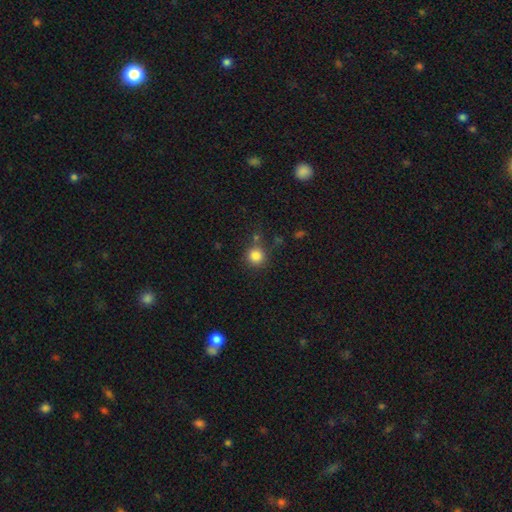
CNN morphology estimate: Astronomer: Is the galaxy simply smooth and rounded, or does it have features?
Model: smooth — 84%.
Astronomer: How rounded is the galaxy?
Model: round — 93%.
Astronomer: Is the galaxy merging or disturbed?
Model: none — 78%.